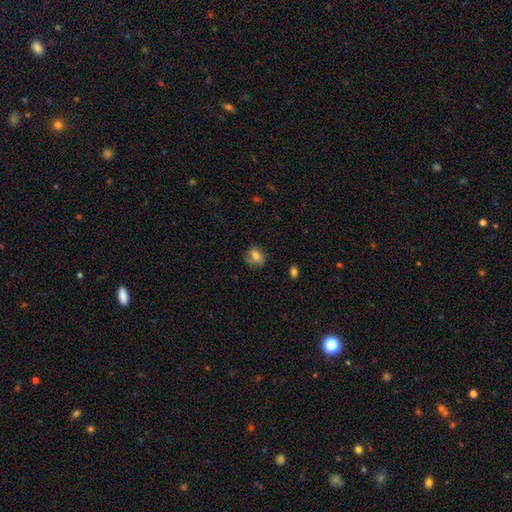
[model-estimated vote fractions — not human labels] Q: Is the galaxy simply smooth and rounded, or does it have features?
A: smooth — 71%.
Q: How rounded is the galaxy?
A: round — 51%.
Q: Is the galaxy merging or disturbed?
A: none — 62%.